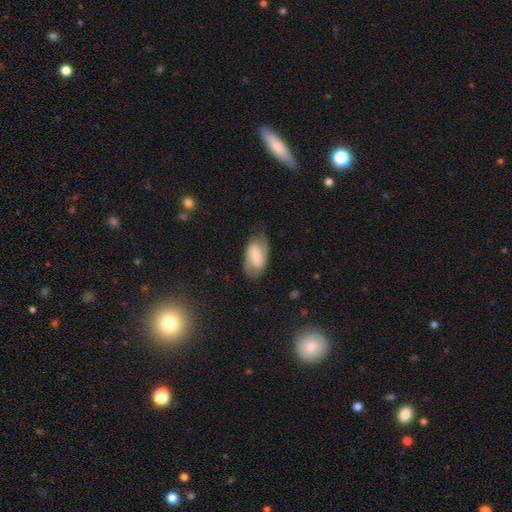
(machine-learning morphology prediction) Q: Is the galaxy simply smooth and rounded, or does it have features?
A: featured or disk — 50%.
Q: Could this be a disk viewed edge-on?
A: no — 94%.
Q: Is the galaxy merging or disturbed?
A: none — 74%.